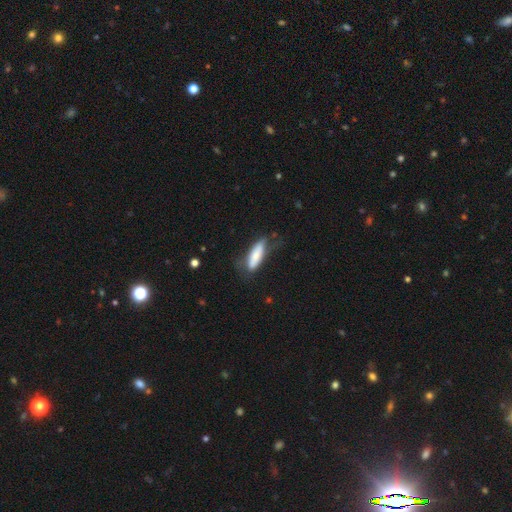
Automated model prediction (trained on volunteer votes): smooth_or_featured: smooth (p=0.72) [alt: featured or disk p=0.22]
how_rounded: cigar-shaped (p=0.52) [alt: in between p=0.46]
merging: none (p=0.53) [alt: minor disturbance p=0.28]